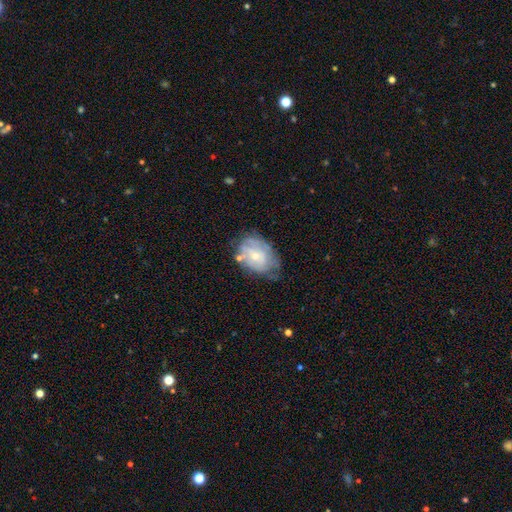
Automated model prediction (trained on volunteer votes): Smooth or featured: featured or disk — 55% (smooth — 37%)
Edge-on disk: no — 96% (yes — 4%)
Bar: no — 80% (weak — 17%)
Spiral arms: yes — 51% (no — 49%)
Bulge size: small — 65% (moderate — 31%)
Merging: none — 47% (minor disturbance — 32%)